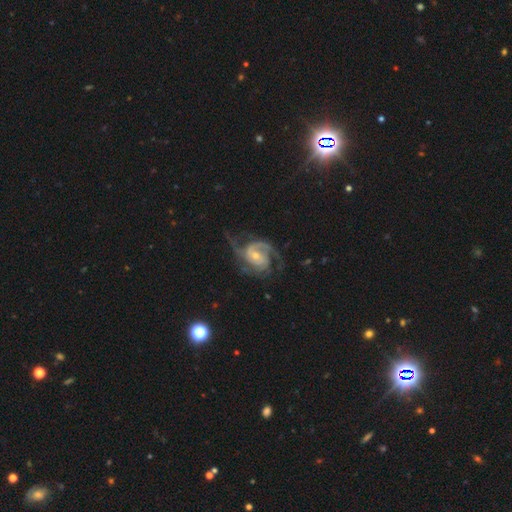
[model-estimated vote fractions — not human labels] This appears to be a featured or disk galaxy (90%) with no bar (55%), 2 (43%) medium (48%) spiral arms (97%) and a small central bulge (54%). Merging: none (58%).